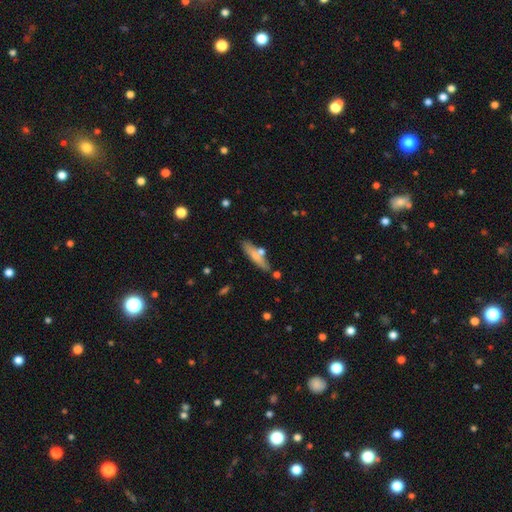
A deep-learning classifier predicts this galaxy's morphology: smooth 68%, featured or disk 25%, star or artifact 7%. Down the decision tree: how rounded — cigar-shaped (80%); merging — none (72%).